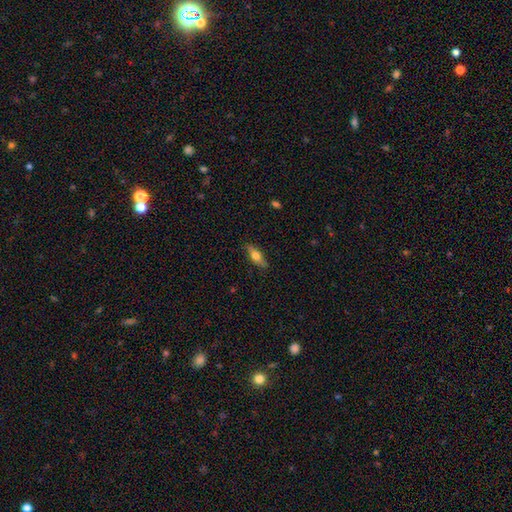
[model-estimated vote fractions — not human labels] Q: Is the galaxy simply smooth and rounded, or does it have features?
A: smooth — 55%.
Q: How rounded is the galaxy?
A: in between — 52%.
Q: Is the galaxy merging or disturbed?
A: none — 84%.